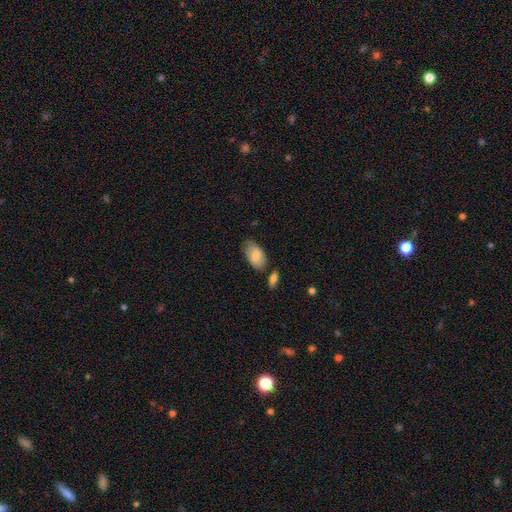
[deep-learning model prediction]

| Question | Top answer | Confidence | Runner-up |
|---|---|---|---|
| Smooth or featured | smooth | 81% | featured or disk (13%) |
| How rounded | in between | 94% | round (4%) |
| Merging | none | 66% | minor disturbance (23%) |